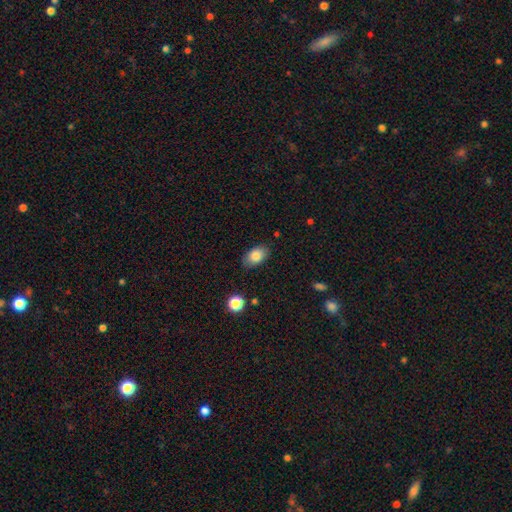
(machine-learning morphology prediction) Smooth or featured? smooth (83%)
How rounded? in between (89%)
Merging? none (83%)